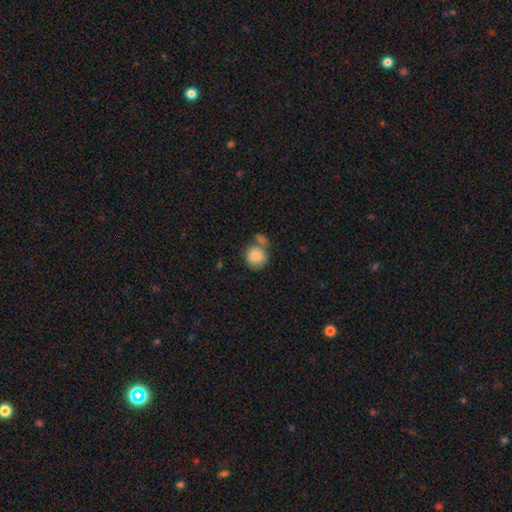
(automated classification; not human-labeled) This appears to be a smooth galaxy with no disk features (84%) that is round (88%). Merging: none (51%).